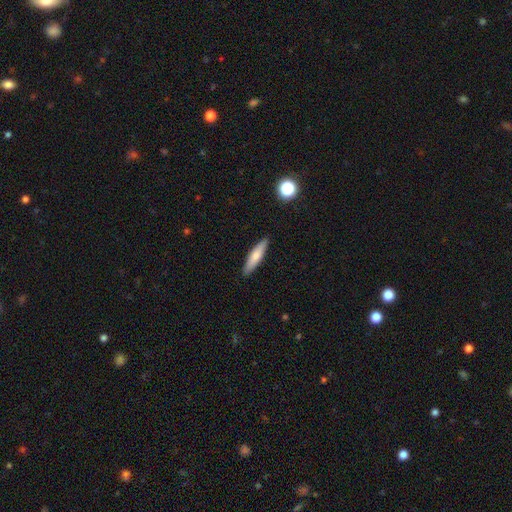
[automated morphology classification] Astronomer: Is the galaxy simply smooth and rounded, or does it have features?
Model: smooth — 70%.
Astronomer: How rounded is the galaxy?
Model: cigar-shaped — 80%.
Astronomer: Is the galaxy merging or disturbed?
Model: none — 90%.